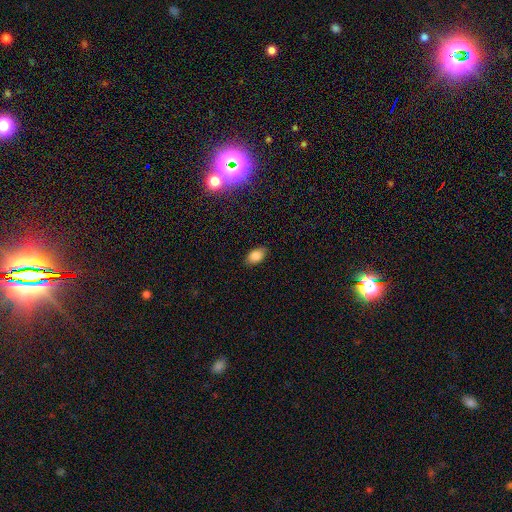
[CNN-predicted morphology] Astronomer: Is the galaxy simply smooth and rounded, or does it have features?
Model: smooth — 84%.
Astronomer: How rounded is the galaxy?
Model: in between — 89%.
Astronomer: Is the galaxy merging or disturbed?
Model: none — 86%.